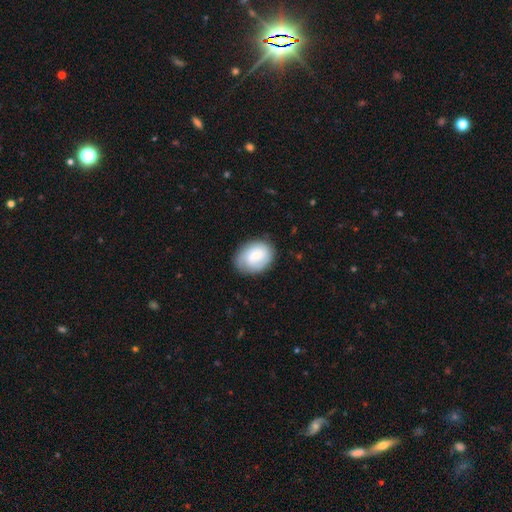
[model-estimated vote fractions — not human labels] A smooth galaxy with no disk features (59%) that is in between round and cigar-shaped (63%). Merging: none (76%).